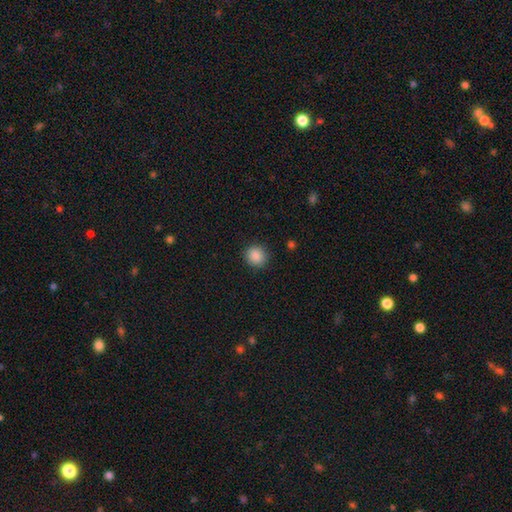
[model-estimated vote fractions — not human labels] Q: Smooth or featured?
A: smooth (88%); runner-up: star or artifact (9%)
Q: How rounded?
A: round (89%); runner-up: in between (10%)
Q: Merging?
A: none (90%); runner-up: minor disturbance (7%)